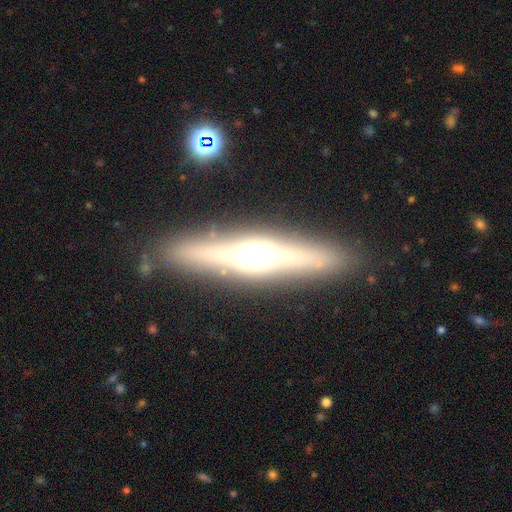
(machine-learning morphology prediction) Smooth or featured?
  - featured or disk: 72% *
  - smooth: 20%
  - star or artifact: 7%
Edge-on disk?
  - yes: 94% *
  - no: 6%
Edge-on bulge?
  - rounded: 81% *
  - boxy: 14%
  - none: 5%
Merging?
  - none: 88% *
  - minor disturbance: 8%
  - major disturbance: 2%
  - merger: 2%